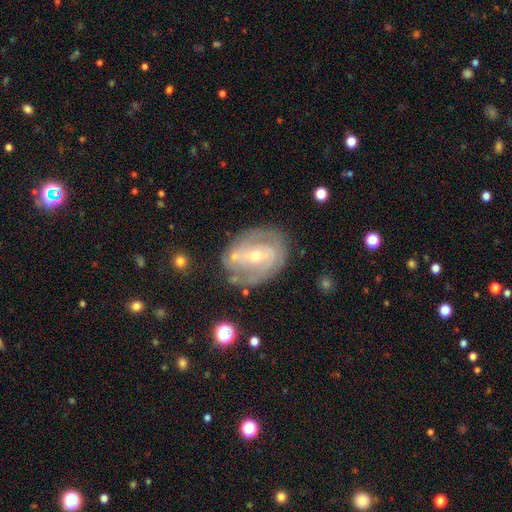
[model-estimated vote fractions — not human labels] This is clearly a featured or disk galaxy (83%). It is clearly not viewed edge-on (96%). Bar: marginally weak (41%). Spiral arm pattern: clearly yes (87%). Spiral arm count: likely 2 (63%). Spiral winding: possibly tight (51%). Central bulge: possibly small (52%). Merging: likely none (70%).